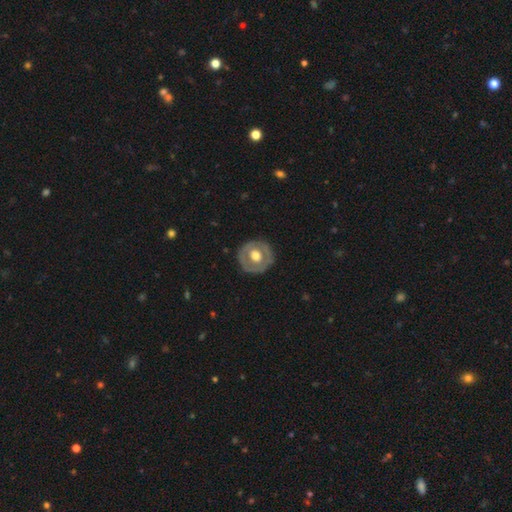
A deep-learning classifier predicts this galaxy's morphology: Smooth or featured? featured or disk (54%)
Edge-on disk? no (95%)
Bar? no (79%)
Spiral arms? no (86%)
Bulge size? moderate (58%)
Merging? none (83%)